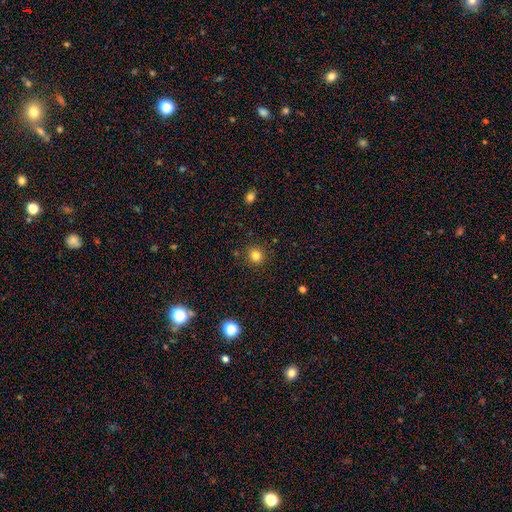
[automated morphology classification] Smooth or featured: smooth — 82% (star or artifact — 13%)
How rounded: round — 89% (in between — 10%)
Merging: none — 89% (minor disturbance — 7%)